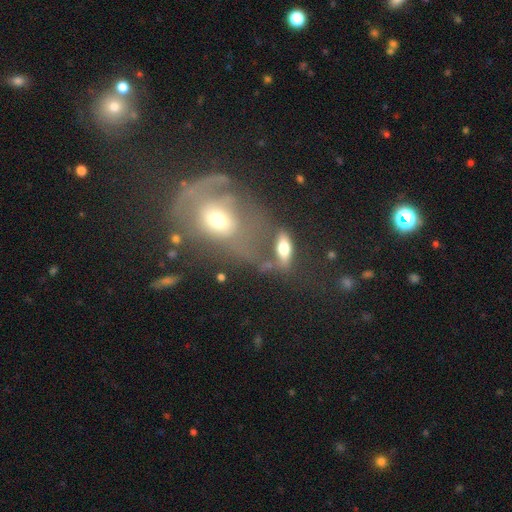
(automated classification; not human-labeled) Morphology: type=featured or disk (55%); edge-on=no (92%); bar=no (75%); spiral arms=no (53%); bulge=moderate (63%); merging=merger (33%).